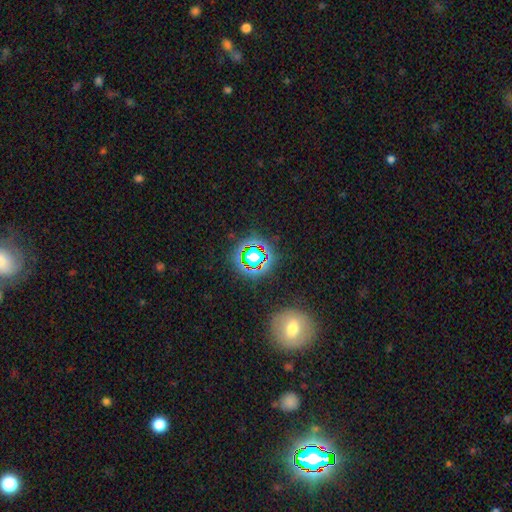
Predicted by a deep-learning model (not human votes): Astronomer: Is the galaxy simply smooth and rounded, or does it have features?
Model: star or artifact — 61%.